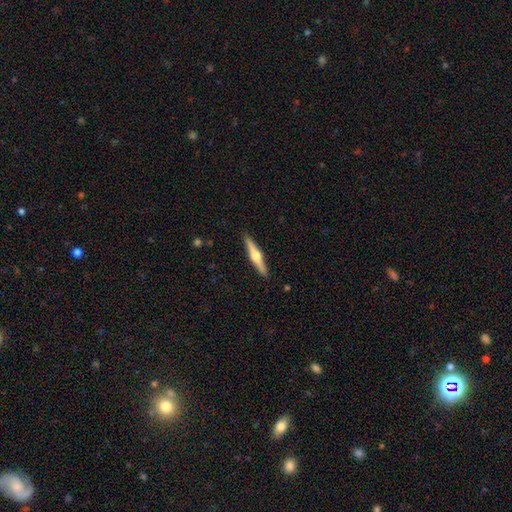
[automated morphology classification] Smooth or featured? featured or disk (68%)
Edge-on disk? yes (98%)
Edge-on bulge? rounded (95%)
Merging? none (91%)